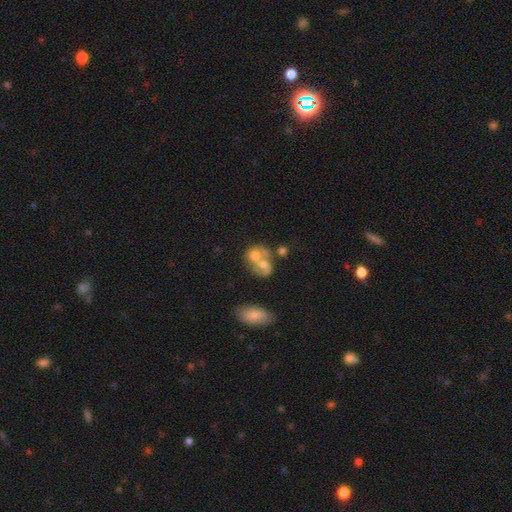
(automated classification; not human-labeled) This appears to be a smooth galaxy with no disk features (50%). Merging: merger (64%).